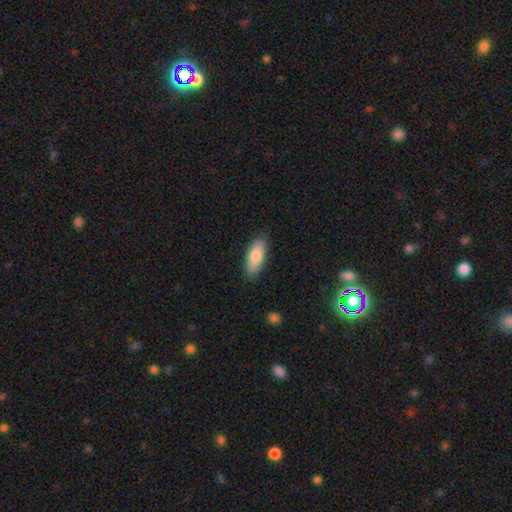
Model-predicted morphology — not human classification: Smooth or featured?
  - smooth: 81% *
  - featured or disk: 13%
  - star or artifact: 6%
How rounded?
  - in between: 73% *
  - cigar-shaped: 25%
  - round: 2%
Merging?
  - none: 85% *
  - minor disturbance: 11%
  - major disturbance: 2%
  - merger: 1%